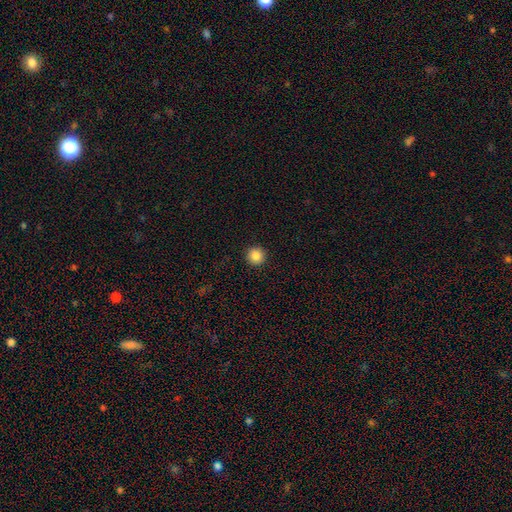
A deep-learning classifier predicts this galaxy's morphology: Smooth or featured? Predicted: smooth (p=0.87). How rounded? Predicted: round (p=0.95). Merging? Predicted: none (p=0.93).